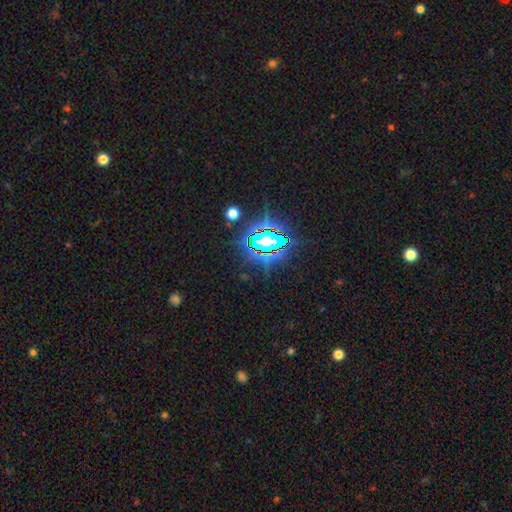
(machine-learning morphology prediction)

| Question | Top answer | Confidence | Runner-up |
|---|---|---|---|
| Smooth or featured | star or artifact | 79% | smooth (12%) |